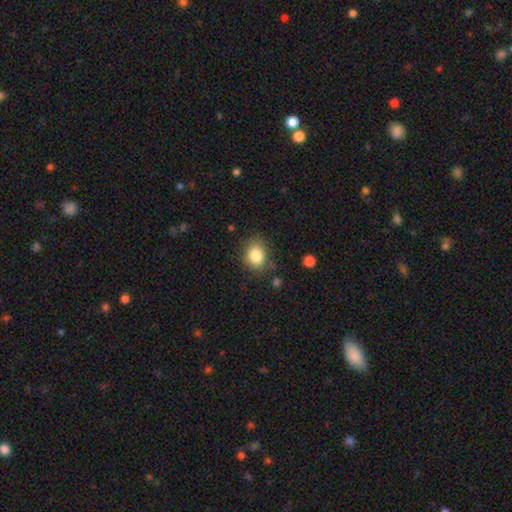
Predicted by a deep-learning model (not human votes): Morphology: type=smooth (83%); roundness=round (56%); merging=none (77%).